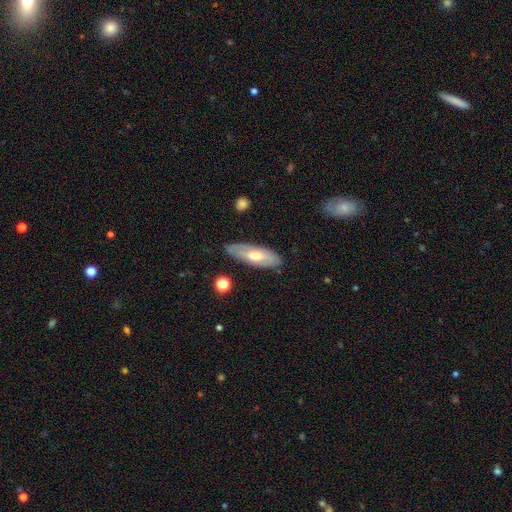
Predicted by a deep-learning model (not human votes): A featured or disk galaxy (47%, tied with smooth). Merging: none (79%).